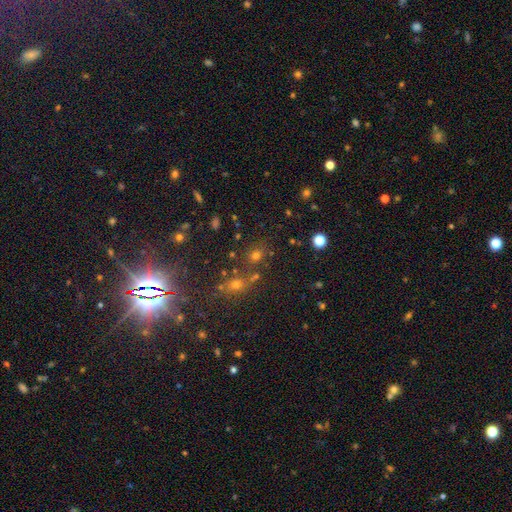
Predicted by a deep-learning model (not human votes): Smooth or featured? smooth (52%)
How rounded? round (73%)
Merging? none (68%)